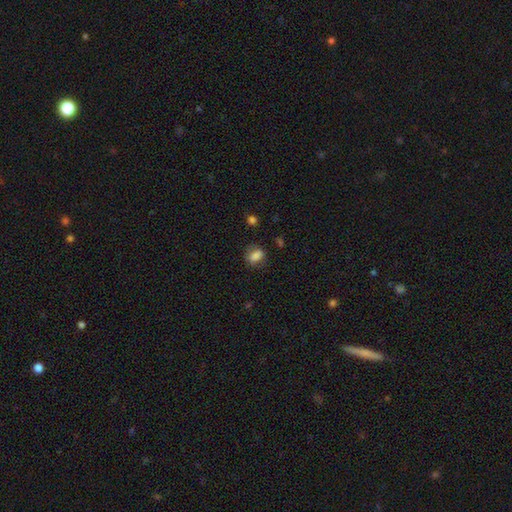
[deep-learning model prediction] Smooth or featured? smooth (82%)
How rounded? in between (71%)
Merging? none (69%)